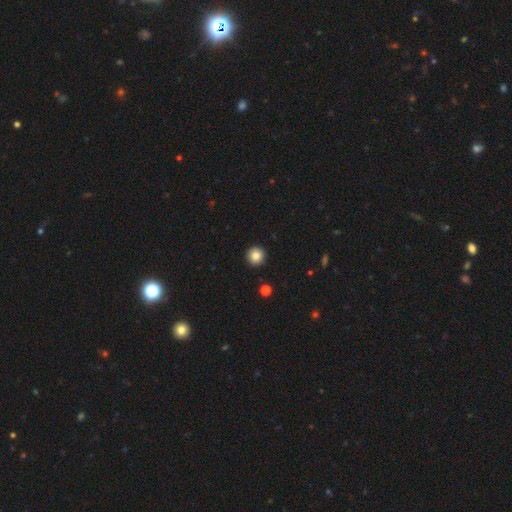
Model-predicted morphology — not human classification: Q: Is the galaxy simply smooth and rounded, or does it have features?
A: smooth — 84%.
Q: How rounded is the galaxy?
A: round — 96%.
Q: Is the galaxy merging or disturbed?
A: none — 93%.